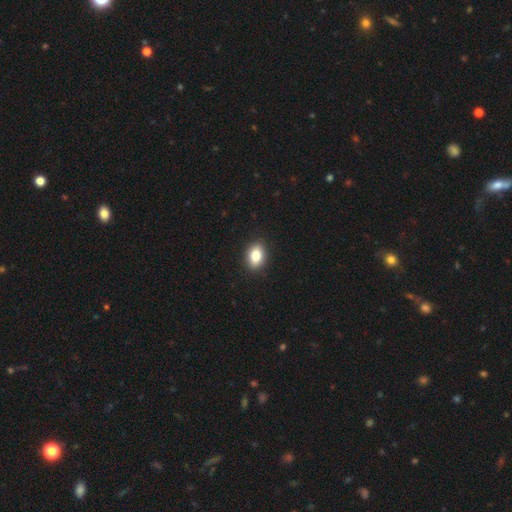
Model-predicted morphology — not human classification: smooth_or_featured: smooth (p=0.82) [alt: featured or disk p=0.10]
how_rounded: in between (p=0.78) [alt: round p=0.21]
merging: none (p=0.91) [alt: minor disturbance p=0.07]